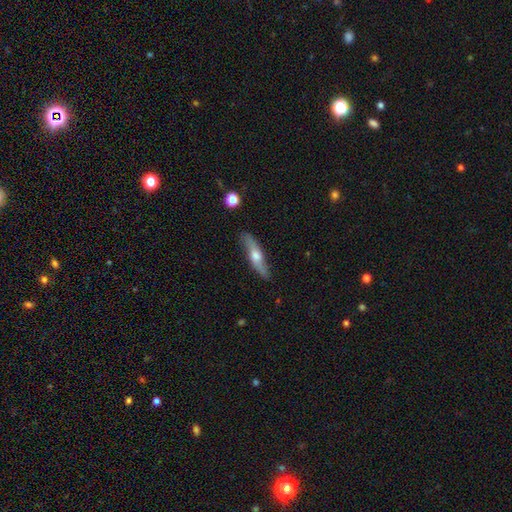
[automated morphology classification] The model was most divided on "smooth or featured": featured or disk: 56%, smooth: 39%, star or artifact: 6%. More confident: merging — none (85%); edge-on disk — yes (81%).